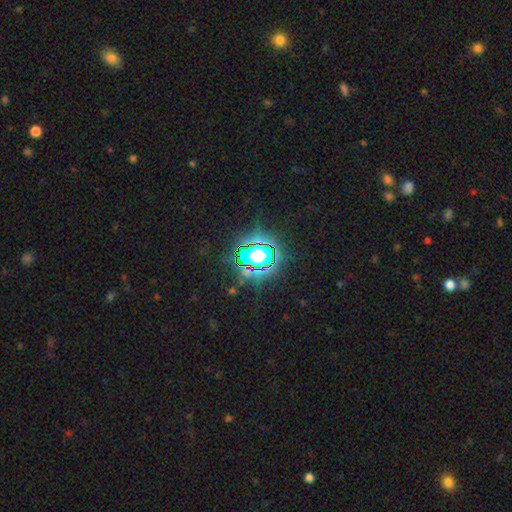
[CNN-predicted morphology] This is clearly a star or artifact rather than a galaxy (84%).